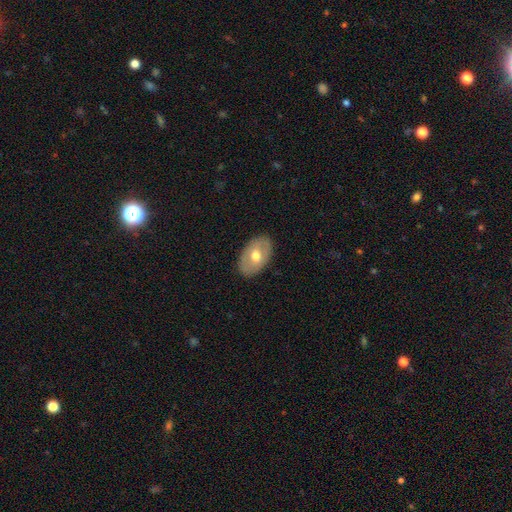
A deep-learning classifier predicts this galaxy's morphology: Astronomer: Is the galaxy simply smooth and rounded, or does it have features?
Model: smooth — 54% (runner-up: featured or disk, 40%).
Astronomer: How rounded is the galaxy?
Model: in between — 88%.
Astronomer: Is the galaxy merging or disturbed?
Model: none — 86%.